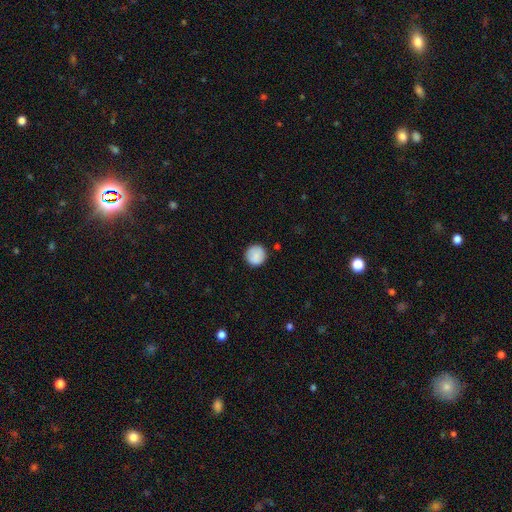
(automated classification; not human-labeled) A smooth galaxy with no disk features (87%) that is round (94%). Merging: none (87%).